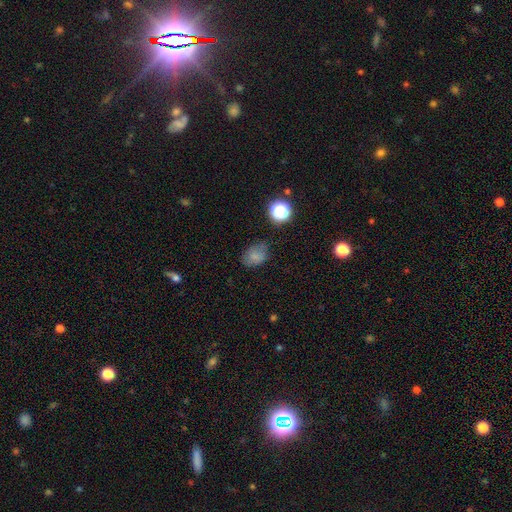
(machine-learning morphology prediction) Smooth or featured: smooth — 75% (star or artifact — 15%)
How rounded: in between — 66% (round — 33%)
Merging: none — 61% (minor disturbance — 28%)